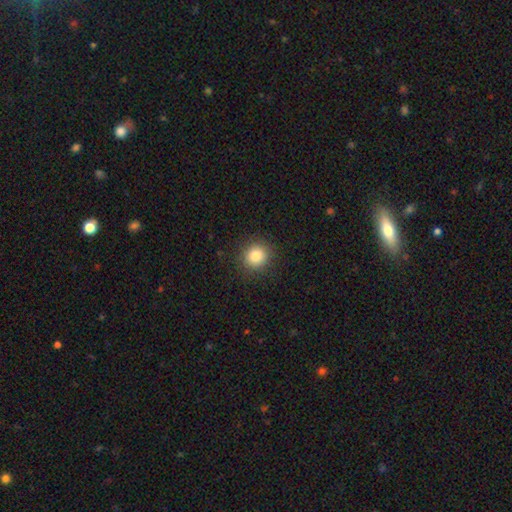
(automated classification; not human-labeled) smooth 84%, star or artifact 11%, featured or disk 6%. Down the decision tree: how rounded — round (88%); merging — none (90%).